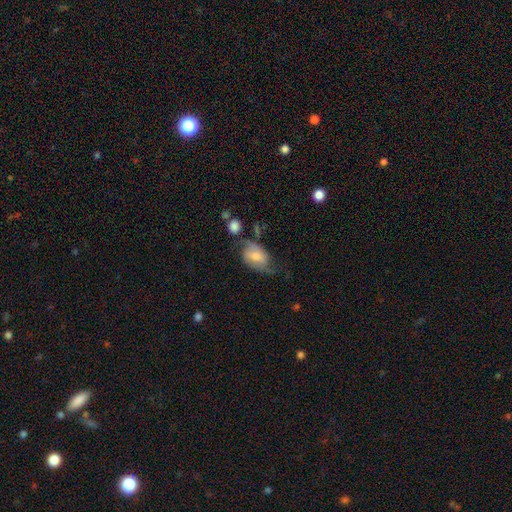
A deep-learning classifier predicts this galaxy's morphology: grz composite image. It shows a smooth galaxy with no disk features (47%). Merging: none (39%).